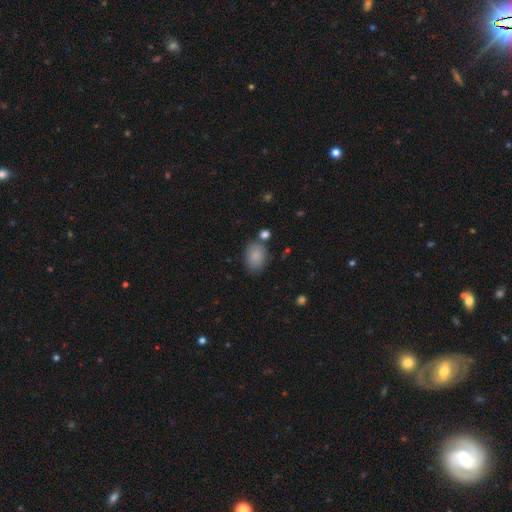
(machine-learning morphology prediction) smooth-or-featured: smooth: 85% | star or artifact: 9% | featured or disk: 7%
  how-rounded: in between: 71% | round: 28% | cigar-shaped: 1%
  merging: none: 74% | minor disturbance: 15% | merger: 7% | major disturbance: 4%